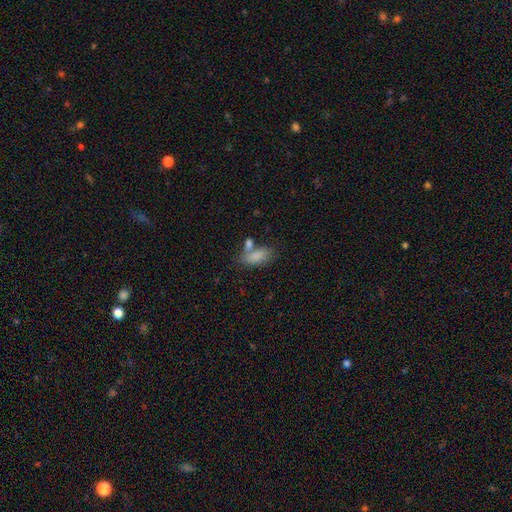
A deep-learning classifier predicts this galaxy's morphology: smooth_or_featured: smooth (p=0.84) [alt: featured or disk p=0.09]
how_rounded: in between (p=0.87) [alt: cigar-shaped p=0.09]
merging: none (p=0.49) [alt: merger p=0.28]